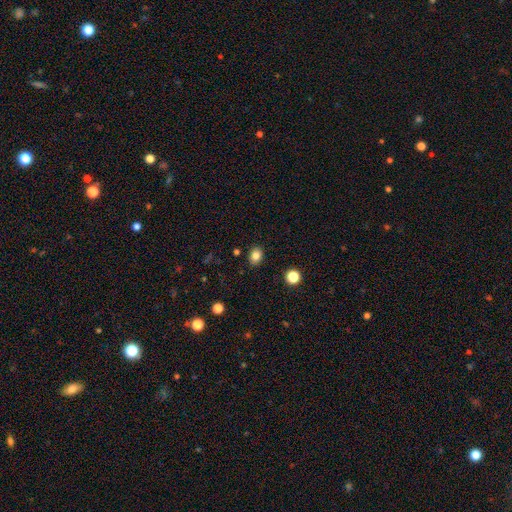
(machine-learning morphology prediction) Q: Smooth or featured?
A: smooth (83%); runner-up: star or artifact (11%)
Q: How rounded?
A: in between (55%); runner-up: round (44%)
Q: Merging?
A: none (88%); runner-up: minor disturbance (8%)